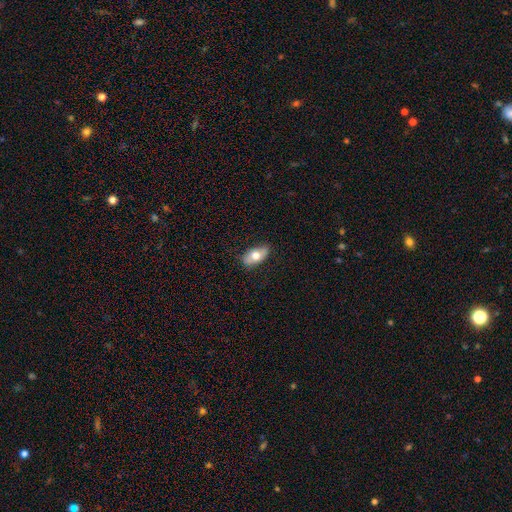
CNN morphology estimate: Smooth or featured?
  - smooth: 65% *
  - featured or disk: 28%
  - star or artifact: 7%
How rounded?
  - in between: 89% *
  - round: 6%
  - cigar-shaped: 5%
Merging?
  - none: 81% *
  - minor disturbance: 15%
  - major disturbance: 3%
  - merger: 1%